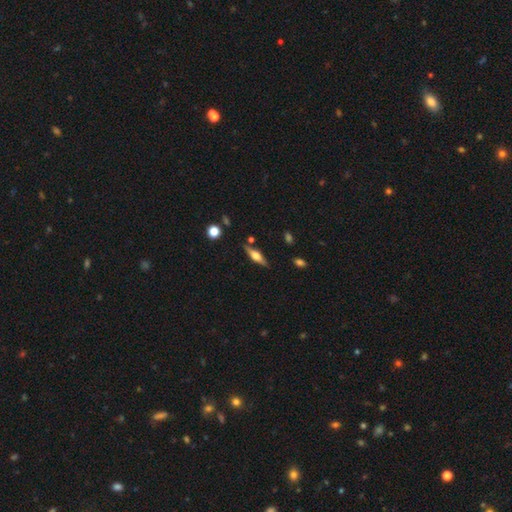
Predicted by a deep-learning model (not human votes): A featured or disk galaxy (65%) viewed edge-on (96%) with a rounded central bulge (89%). Merging: none (84%).